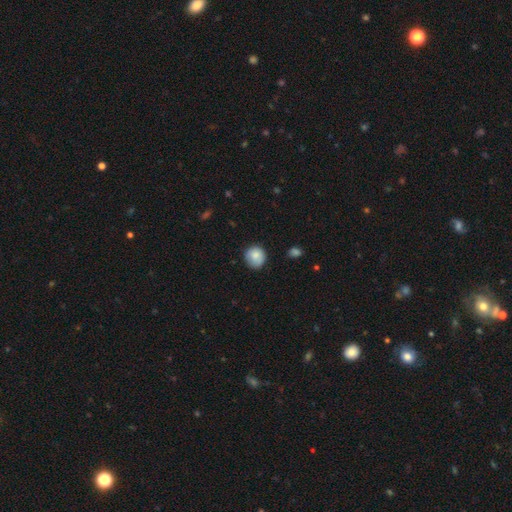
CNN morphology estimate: A smooth galaxy with no disk features (84%) that is round (88%). Merging: none (75%).